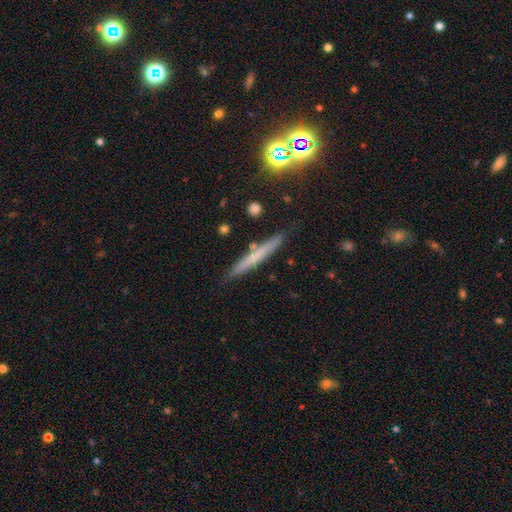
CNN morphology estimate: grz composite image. It shows a smooth galaxy with no disk features (54%) that is cigar-shaped (95%). Merging: none (86%).